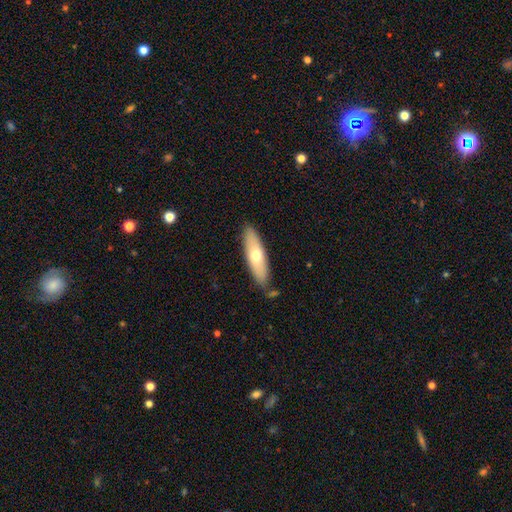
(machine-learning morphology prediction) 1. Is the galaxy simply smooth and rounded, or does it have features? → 61% smooth, 33% featured or disk, 6% star or artifact.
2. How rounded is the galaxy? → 57% cigar-shaped, 41% in between, 2% round.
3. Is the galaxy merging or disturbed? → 83% none, 11% minor disturbance, 3% merger, 2% major disturbance.